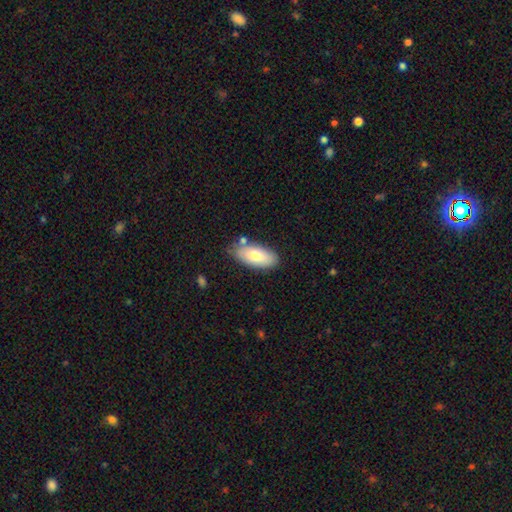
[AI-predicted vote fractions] A smooth galaxy with no disk features (77%) that is in between round and cigar-shaped (89%).

Vote fractions:
- Smooth or featured? smooth: 77% / featured or disk: 17% / star or artifact: 6%
- How rounded? in between: 89% / cigar-shaped: 9% / round: 2%
- Merging? none: 74% / minor disturbance: 16% / merger: 6% / major disturbance: 4%